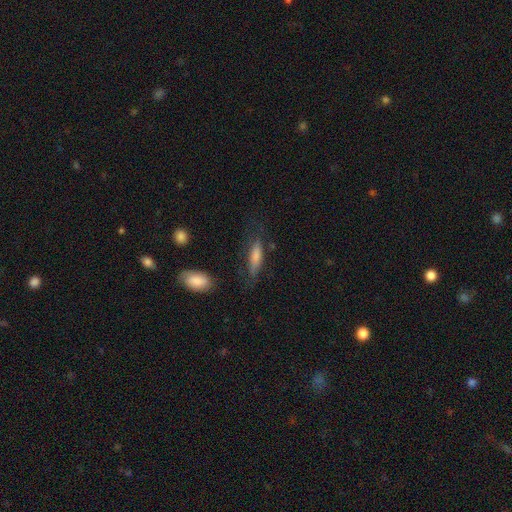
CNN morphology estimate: smooth-or-featured: smooth: 66% | featured or disk: 25% | star or artifact: 9%
  how-rounded: cigar-shaped: 65% | in between: 32% | round: 3%
  merging: none: 66% | minor disturbance: 22% | major disturbance: 9% | merger: 3%